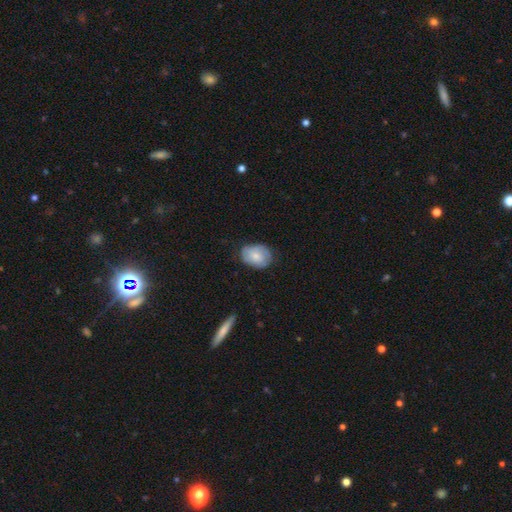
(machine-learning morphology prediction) This is likely a smooth galaxy (62%). How rounded: likely in between (65%). Merging: likely none (68%).